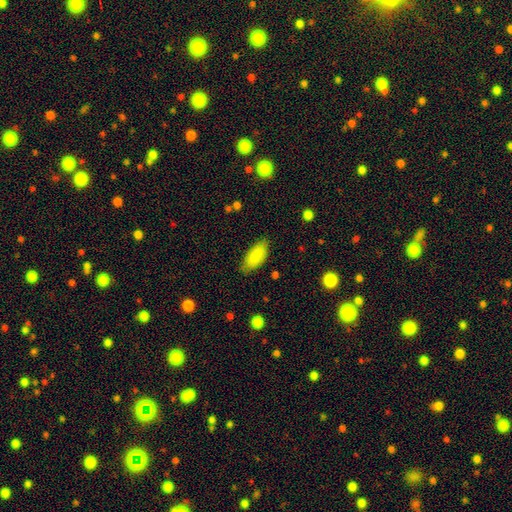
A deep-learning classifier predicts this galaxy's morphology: Smooth or featured: smooth — 88% (star or artifact — 6%)
How rounded: in between — 89% (cigar-shaped — 9%)
Merging: none — 79% (minor disturbance — 16%)